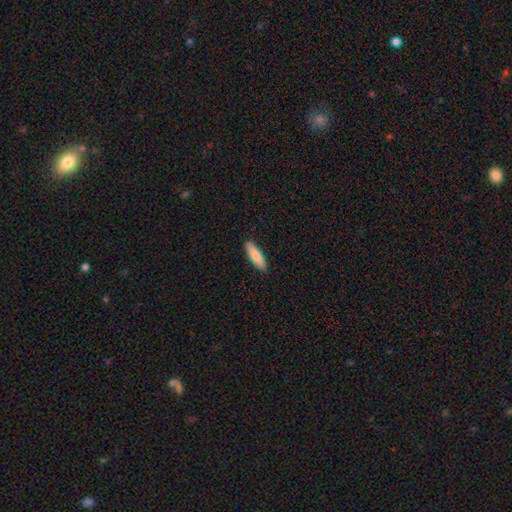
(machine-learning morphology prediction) This is clearly a smooth galaxy (81%). How rounded: possibly cigar-shaped (55%). Merging: clearly none (89%).